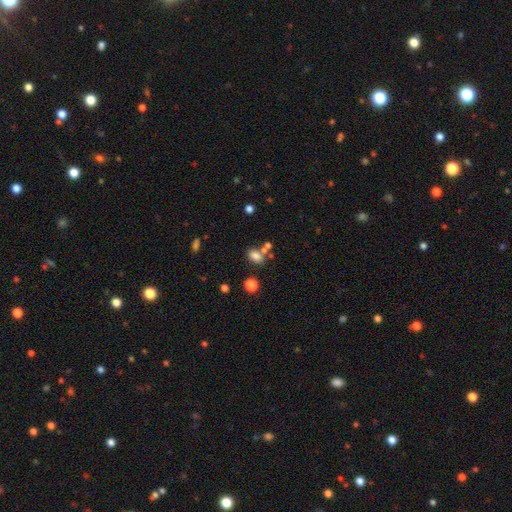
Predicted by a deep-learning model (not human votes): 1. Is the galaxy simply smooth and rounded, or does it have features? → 77% smooth, 14% star or artifact, 9% featured or disk.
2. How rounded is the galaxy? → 79% in between, 19% round, 2% cigar-shaped.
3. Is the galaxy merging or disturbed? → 57% none, 25% merger, 13% minor disturbance, 6% major disturbance.